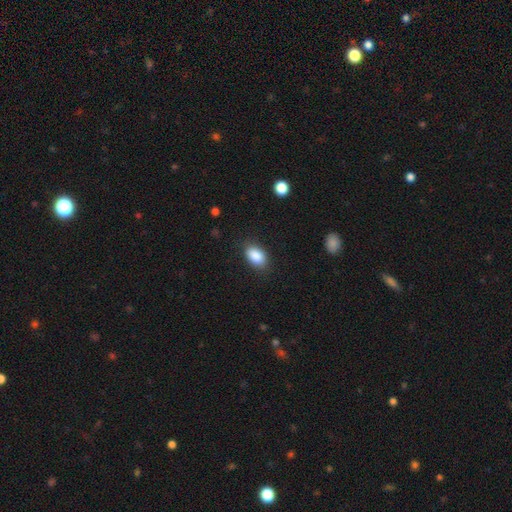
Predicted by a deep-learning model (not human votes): This is clearly a smooth galaxy (88%). How rounded: clearly in between (89%). Merging: clearly none (84%).